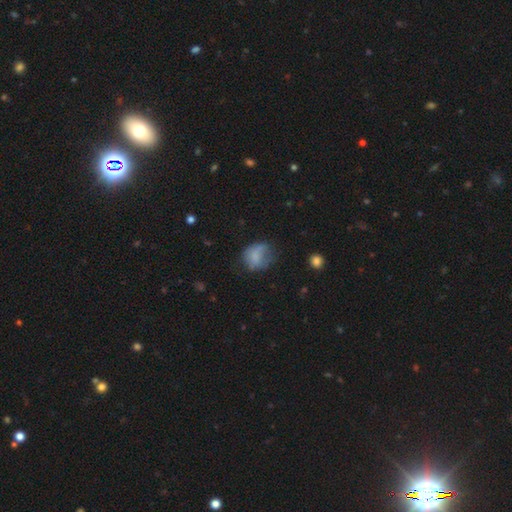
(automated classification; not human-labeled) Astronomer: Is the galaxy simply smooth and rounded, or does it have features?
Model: smooth — 70%.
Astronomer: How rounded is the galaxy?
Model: round — 55% (runner-up: in between, 44%).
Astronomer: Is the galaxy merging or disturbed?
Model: none — 44% (runner-up: minor disturbance, 32%).